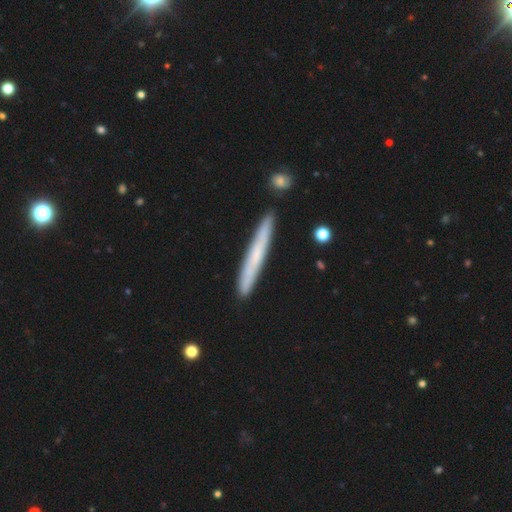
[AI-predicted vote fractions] Overall: smooth (51%; featured or disk 43%). How rounded: cigar-shaped (97%). Merging: none (88%).